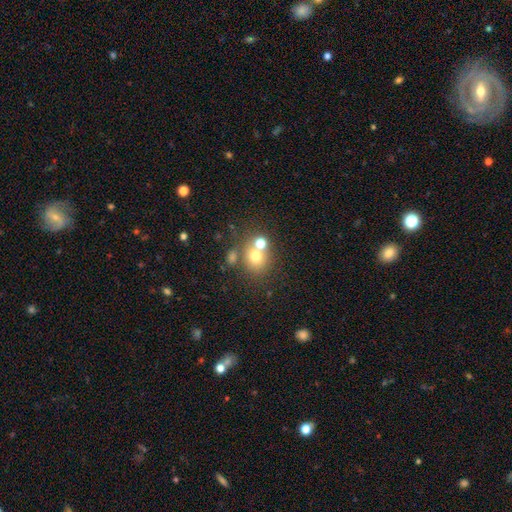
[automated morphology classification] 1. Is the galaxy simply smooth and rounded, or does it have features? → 68% smooth, 17% star or artifact, 16% featured or disk.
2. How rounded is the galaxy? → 74% round, 25% in between, 1% cigar-shaped.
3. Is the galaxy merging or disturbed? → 52% none, 34% merger, 9% minor disturbance, 5% major disturbance.